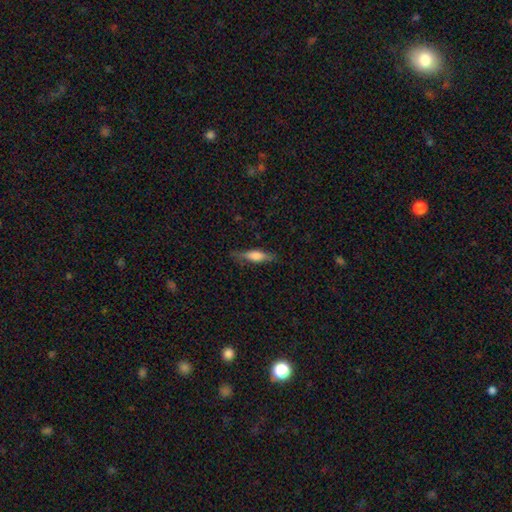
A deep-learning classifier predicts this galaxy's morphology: smooth-or-featured: smooth: 53% | featured or disk: 40% | star or artifact: 7%
  how-rounded: cigar-shaped: 69% | in between: 29% | round: 2%
  merging: none: 81% | minor disturbance: 14% | major disturbance: 3% | merger: 1%